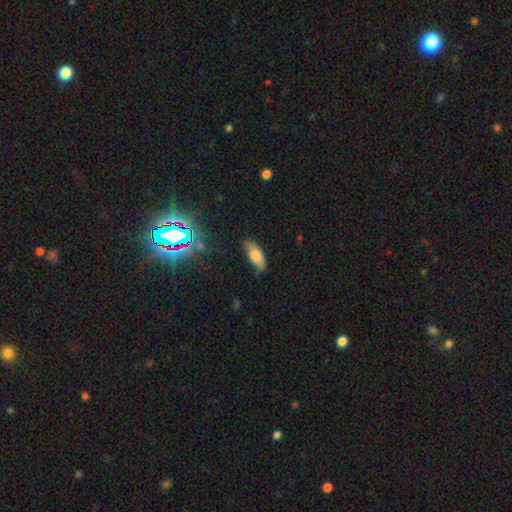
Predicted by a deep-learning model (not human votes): The model was most divided on "merging": none: 70%, minor disturbance: 24%, major disturbance: 5%, merger: 2%. More confident: how rounded — in between (81%); smooth or featured — smooth (73%).